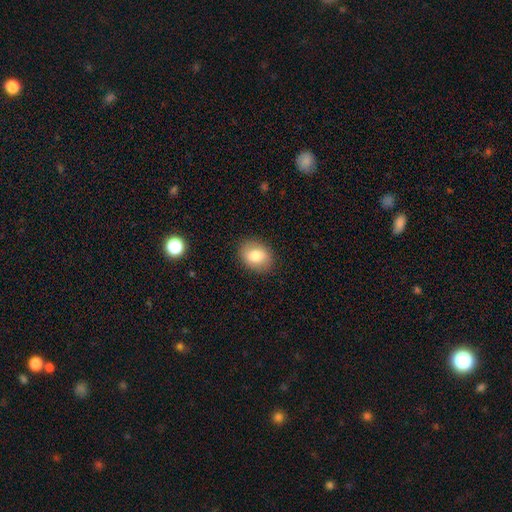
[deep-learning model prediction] This is likely a smooth galaxy (78%). How rounded: possibly in between (60%). Merging: clearly none (88%).